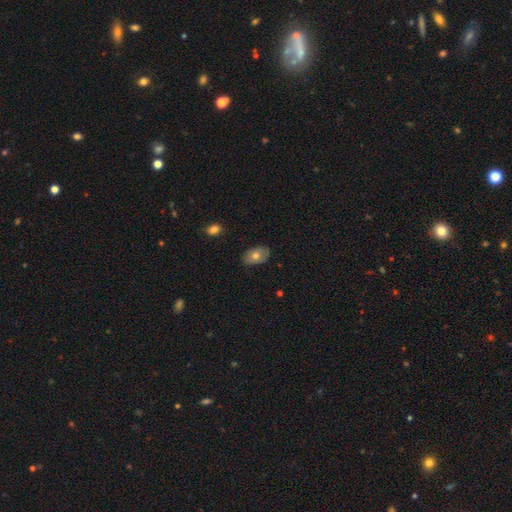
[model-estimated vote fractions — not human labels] Overall: smooth (70%). How rounded: in between (88%). Merging: none (82%).